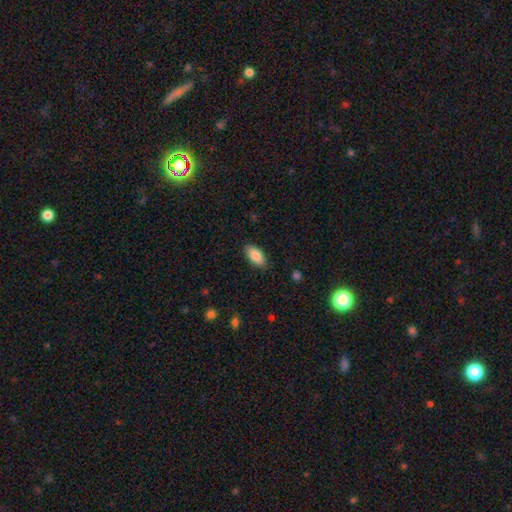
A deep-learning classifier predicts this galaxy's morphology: Smooth or featured: smooth — 86% (featured or disk — 7%)
How rounded: in between — 92% (cigar-shaped — 6%)
Merging: none — 87% (minor disturbance — 10%)